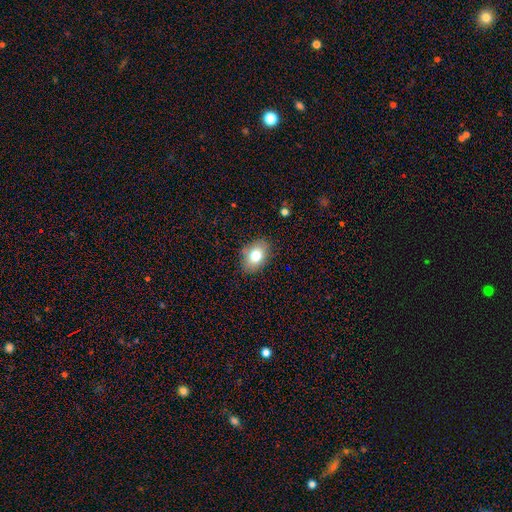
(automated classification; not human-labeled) Overall: smooth (77%). How rounded: in between (79%). Merging: none (84%).